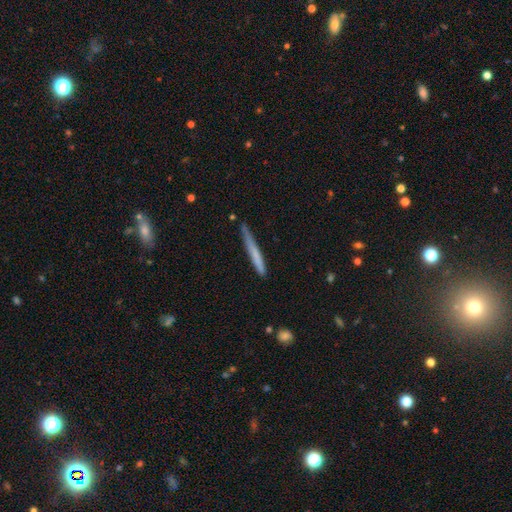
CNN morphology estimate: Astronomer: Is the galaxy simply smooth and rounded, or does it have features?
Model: smooth — 65%.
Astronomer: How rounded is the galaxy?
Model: cigar-shaped — 97%.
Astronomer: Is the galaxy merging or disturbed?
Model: none — 74%.